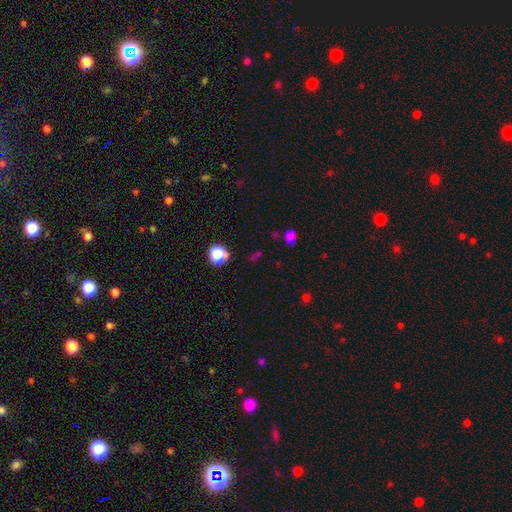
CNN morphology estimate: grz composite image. It shows a smooth galaxy with no disk features (47%). Merging: none (74%).